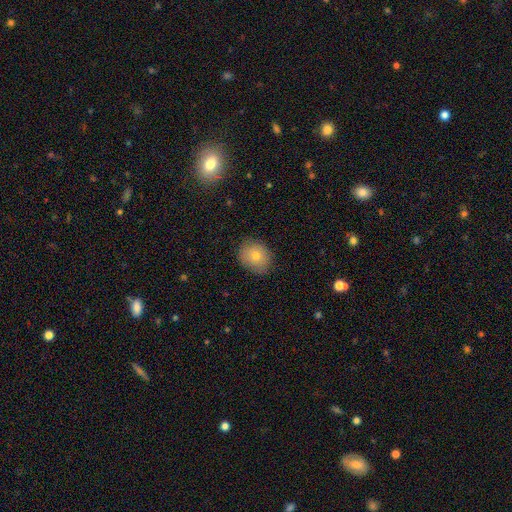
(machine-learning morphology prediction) smooth 74%, featured or disk 15%, star or artifact 11%. Down the decision tree: how rounded — round (67%); merging — none (85%).